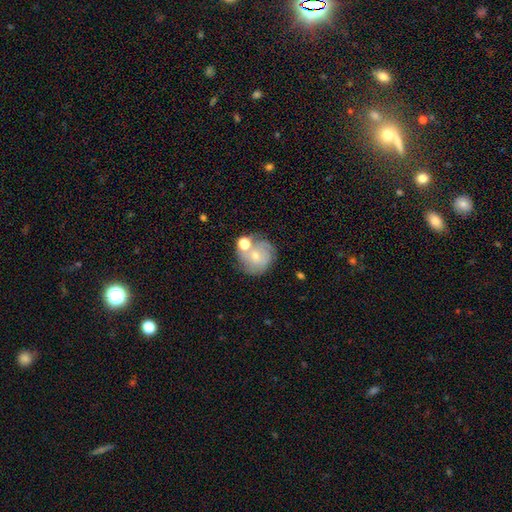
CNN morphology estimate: Overall: featured or disk (50%; smooth 40%). Edge-on disk: no (97%). Merging: none (54%; merger 20%).